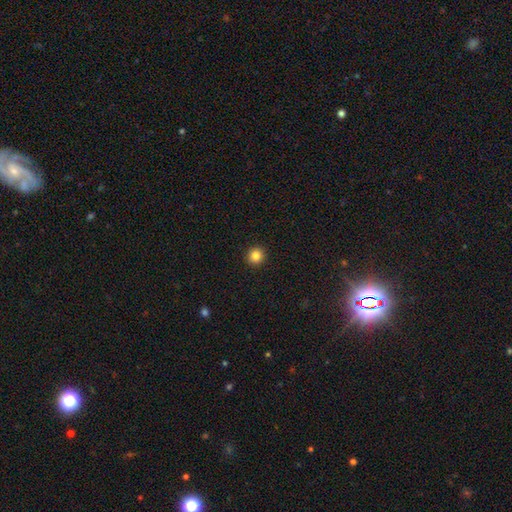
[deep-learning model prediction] This appears to be a smooth galaxy with no disk features (85%) that is round (94%). Merging: none (94%).